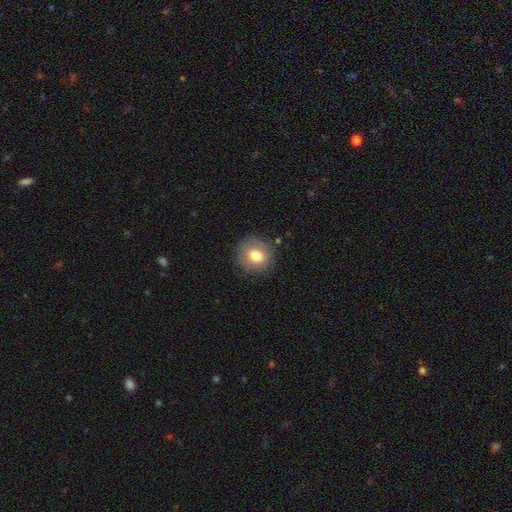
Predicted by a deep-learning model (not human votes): A smooth galaxy with no disk features (78%) that is round (87%). Merging: none (83%).